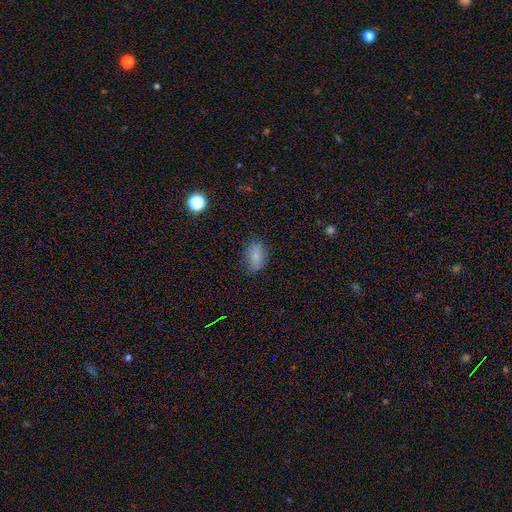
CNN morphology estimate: Q: Smooth or featured?
A: smooth (81%); runner-up: star or artifact (10%)
Q: How rounded?
A: in between (86%); runner-up: round (12%)
Q: Merging?
A: none (78%); runner-up: minor disturbance (17%)